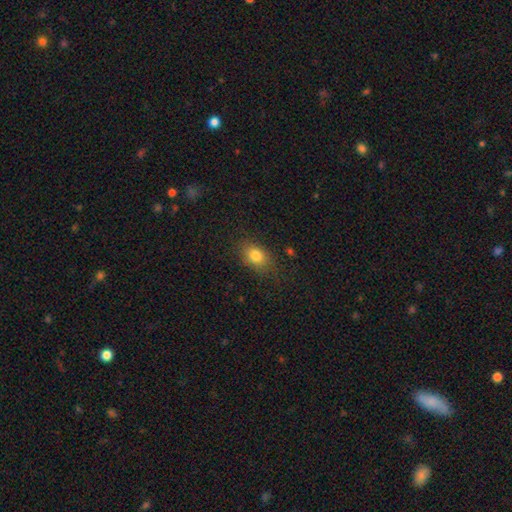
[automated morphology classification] Smooth or featured? smooth (81%)
How rounded? in between (73%)
Merging? none (79%)